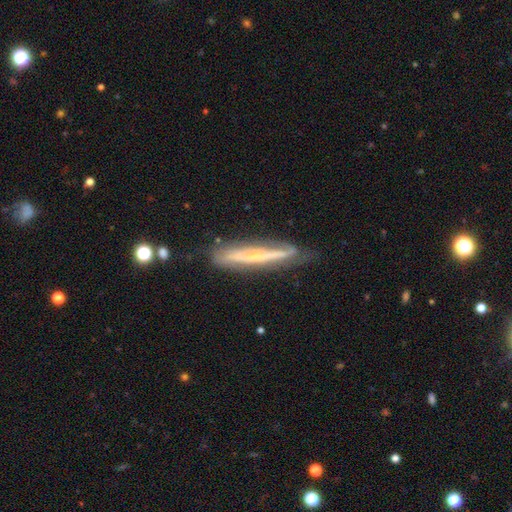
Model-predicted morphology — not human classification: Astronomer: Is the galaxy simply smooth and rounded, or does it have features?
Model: featured or disk — 73%.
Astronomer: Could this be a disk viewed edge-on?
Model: yes — 73%.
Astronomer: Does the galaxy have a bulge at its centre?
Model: rounded — 58% (runner-up: none, 37%).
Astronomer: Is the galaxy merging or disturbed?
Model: none — 67%.